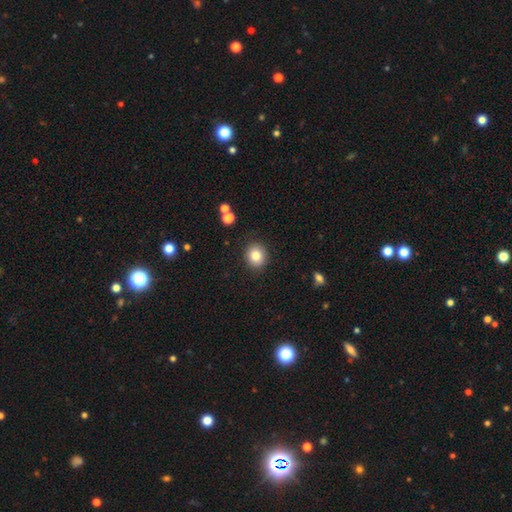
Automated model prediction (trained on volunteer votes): smooth_or_featured: smooth (p=0.82) [alt: star or artifact p=0.10]
how_rounded: round (p=0.77) [alt: in between p=0.22]
merging: none (p=0.89) [alt: minor disturbance p=0.07]